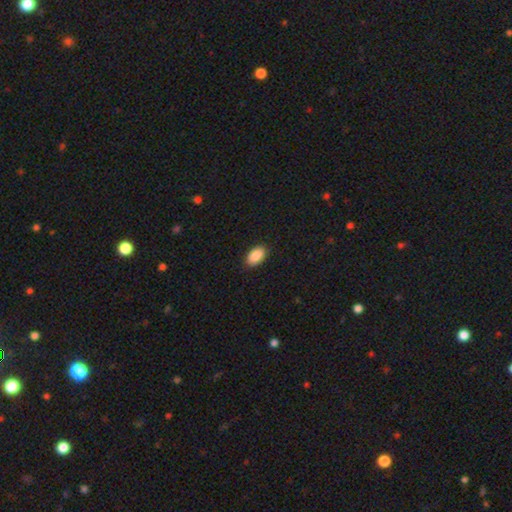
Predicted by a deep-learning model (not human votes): A smooth galaxy with no disk features (90%) that is in between round and cigar-shaped (94%). Merging: none (88%).